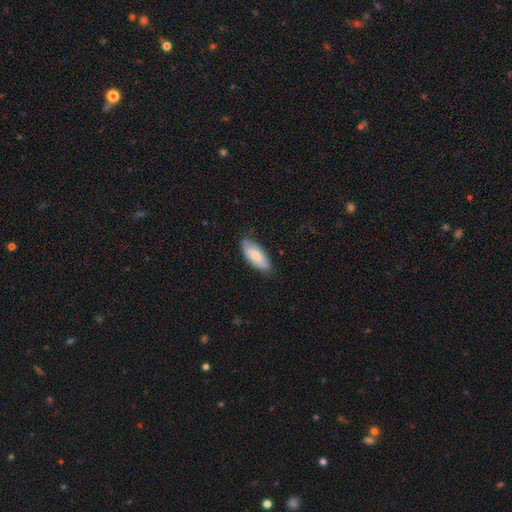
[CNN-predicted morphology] Q: Smooth or featured?
A: smooth (67%); runner-up: featured or disk (28%)
Q: How rounded?
A: in between (84%); runner-up: cigar-shaped (14%)
Q: Merging?
A: none (75%); runner-up: minor disturbance (21%)